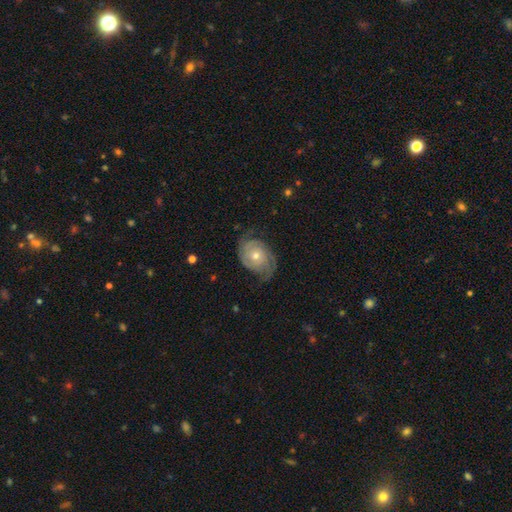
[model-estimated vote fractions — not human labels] Morphology: type=featured or disk (81%); edge-on=no (97%); bar=no (80%); spiral arms=yes (94%); winding=tight (55%); arm count=2 (66%); bulge=moderate (52%); merging=none (69%).